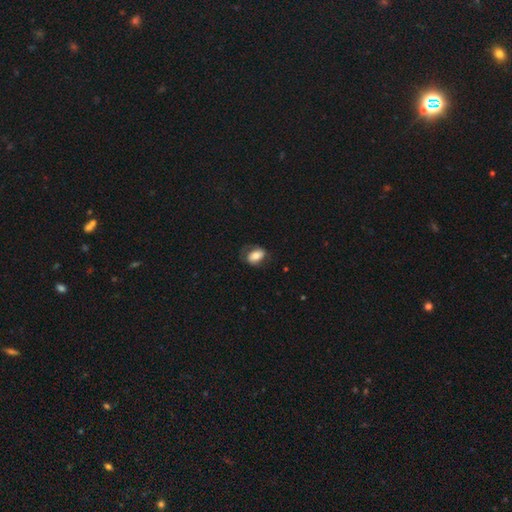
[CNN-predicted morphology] The model was most divided on "smooth or featured": smooth: 65%, featured or disk: 28%, star or artifact: 8%. More confident: how rounded — in between (82%); merging — none (62%).